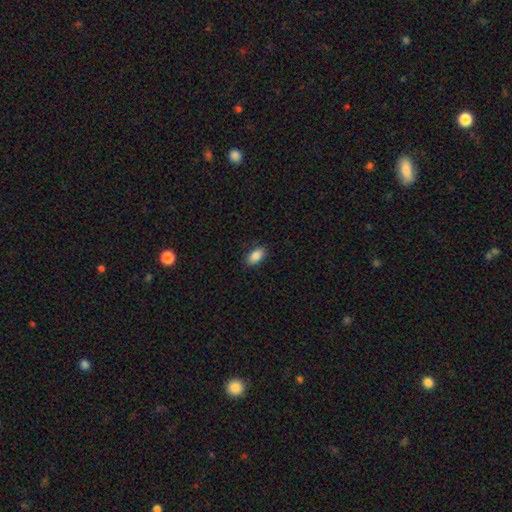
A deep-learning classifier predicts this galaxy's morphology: Smooth or featured? smooth (88%)
How rounded? in between (92%)
Merging? none (86%)